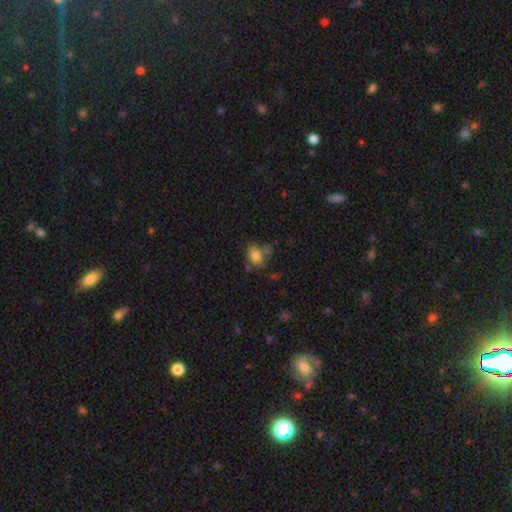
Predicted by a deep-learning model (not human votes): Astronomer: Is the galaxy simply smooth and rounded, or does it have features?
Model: smooth — 79%.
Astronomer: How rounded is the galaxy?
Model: in between — 67%.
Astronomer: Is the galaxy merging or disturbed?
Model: none — 54%.